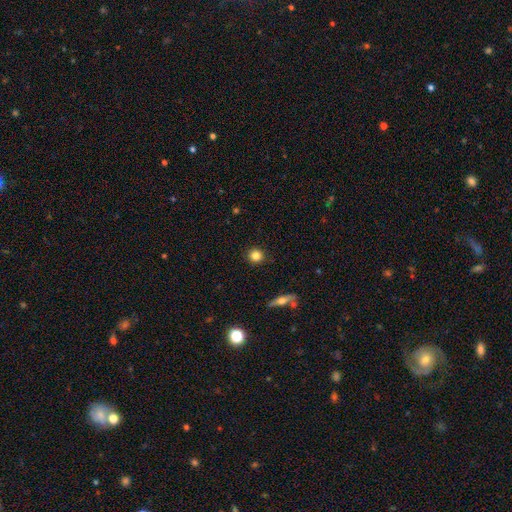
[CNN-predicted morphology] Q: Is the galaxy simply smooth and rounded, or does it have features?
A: smooth — 82%.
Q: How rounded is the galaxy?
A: round — 92%.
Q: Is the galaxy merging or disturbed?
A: none — 91%.